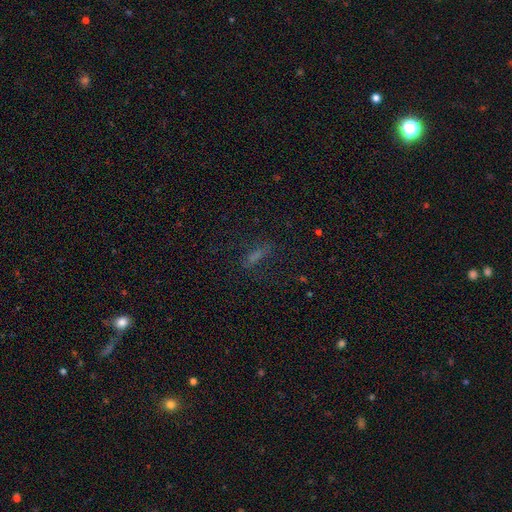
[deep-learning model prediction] A smooth galaxy with no disk features (54%) that is cigar-shaped (51%). Merging: none (66%).